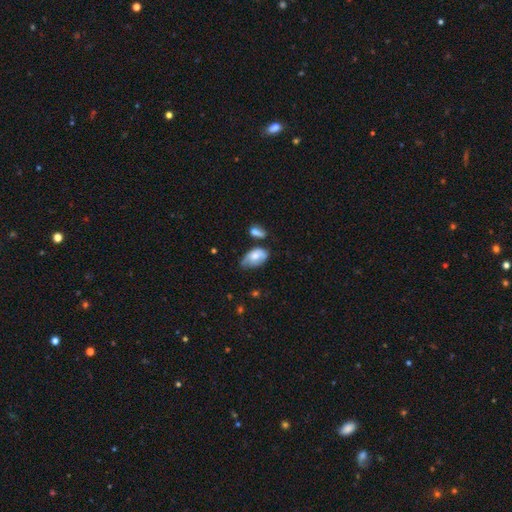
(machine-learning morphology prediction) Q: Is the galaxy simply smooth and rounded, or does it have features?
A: smooth — 66%.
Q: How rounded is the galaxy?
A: in between — 91%.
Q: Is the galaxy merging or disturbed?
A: minor disturbance — 42%.